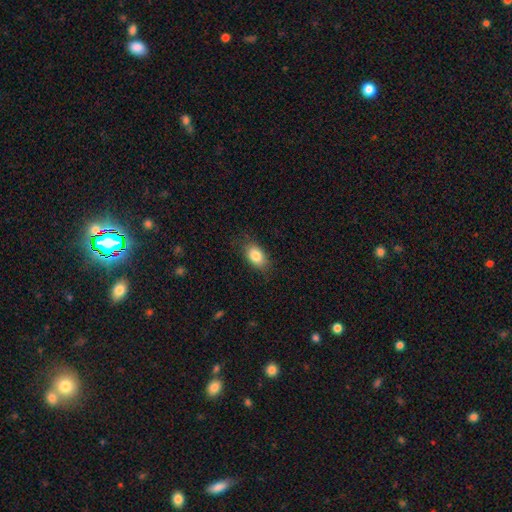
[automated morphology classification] smooth_or_featured: smooth (p=0.84) [alt: featured or disk p=0.08]
how_rounded: in between (p=0.89) [alt: round p=0.08]
merging: none (p=0.82) [alt: minor disturbance p=0.14]